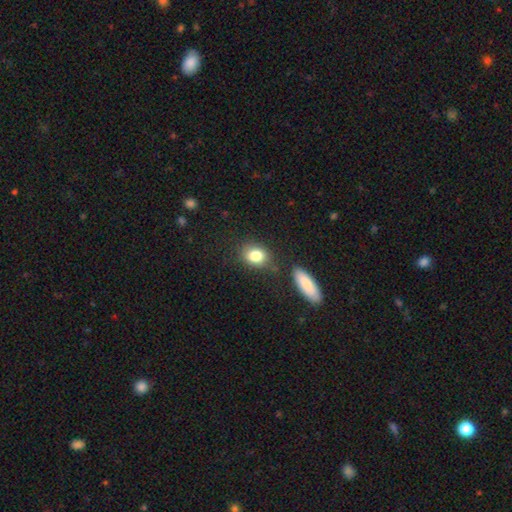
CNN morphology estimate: Smooth or featured: smooth — 82% (star or artifact — 9%)
How rounded: in between — 56% (round — 42%)
Merging: none — 73% (minor disturbance — 14%)